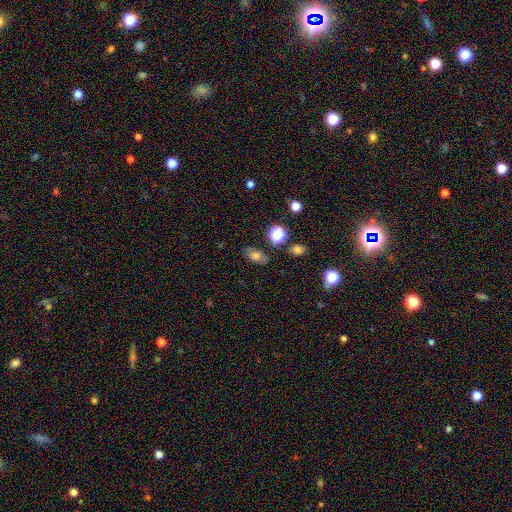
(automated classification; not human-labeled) smooth 66%, featured or disk 17%, star or artifact 17%. Down the decision tree: how rounded — in between (81%); merging — none (80%).